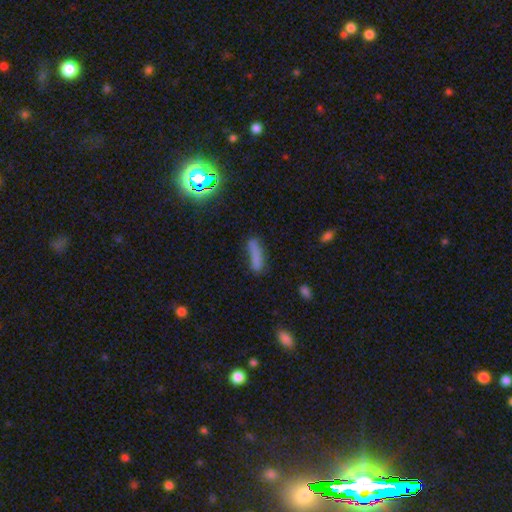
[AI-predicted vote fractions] smooth-or-featured: smooth: 74% | star or artifact: 13% | featured or disk: 13%
  how-rounded: cigar-shaped: 81% | in between: 17% | round: 2%
  merging: none: 66% | minor disturbance: 21% | major disturbance: 7% | merger: 6%